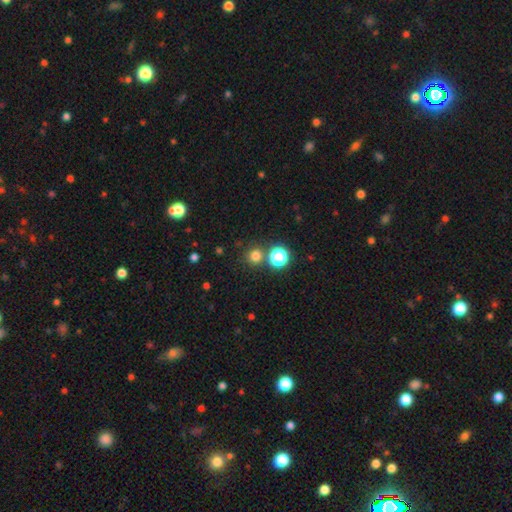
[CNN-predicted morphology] Smooth or featured?
  - smooth: 75% *
  - star or artifact: 20%
  - featured or disk: 5%
How rounded?
  - round: 92% *
  - in between: 7%
  - cigar-shaped: 1%
Merging?
  - none: 80% *
  - merger: 10%
  - minor disturbance: 7%
  - major disturbance: 3%